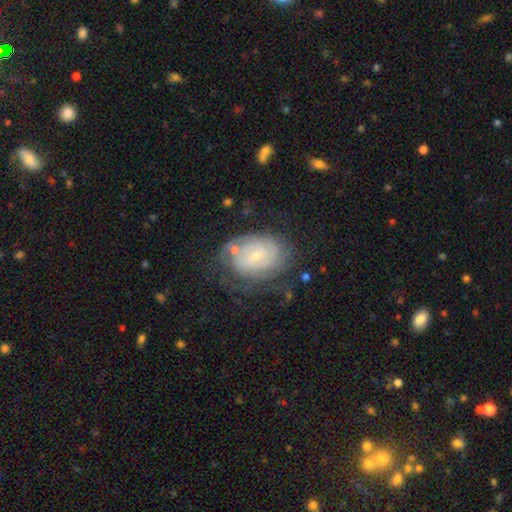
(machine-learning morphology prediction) The model was most divided on "bar": no: 47%, weak: 43%, strong: 9%. Remaining: edge-on disk — no (97%); spiral arms — yes (94%); smooth or featured — featured or disk (81%); spiral winding — tight (71%); bulge size — small (69%); merging — none (64%); spiral arm count — can't tell (37%).